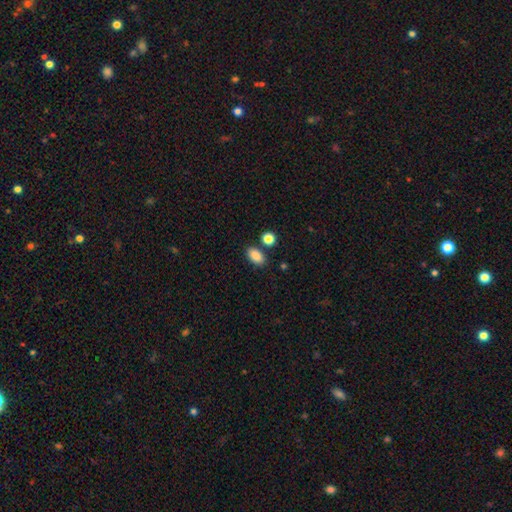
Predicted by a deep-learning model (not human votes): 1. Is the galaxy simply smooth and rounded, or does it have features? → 87% smooth, 9% star or artifact, 4% featured or disk.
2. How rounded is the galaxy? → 89% in between, 9% round, 2% cigar-shaped.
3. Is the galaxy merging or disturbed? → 79% none, 11% minor disturbance, 7% merger, 3% major disturbance.